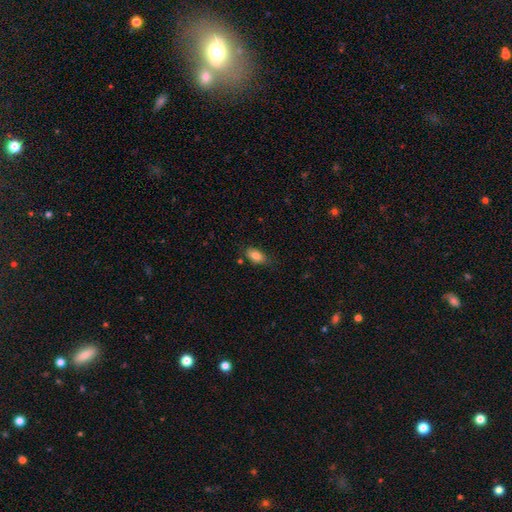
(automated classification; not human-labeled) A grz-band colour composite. It shows a smooth galaxy with no disk features (83%) that is in between round and cigar-shaped (90%). Merging: none (75%).